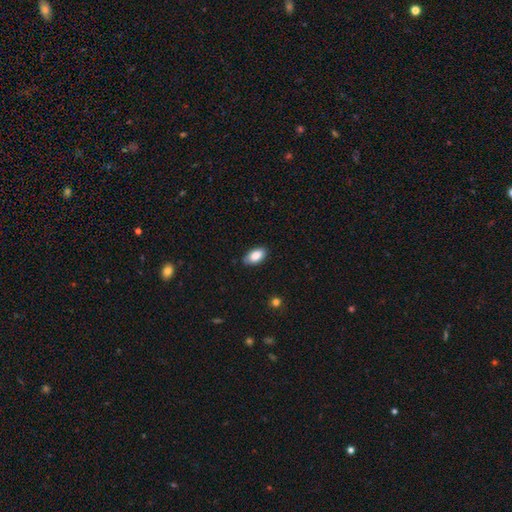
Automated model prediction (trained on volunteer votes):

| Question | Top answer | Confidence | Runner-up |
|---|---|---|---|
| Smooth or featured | smooth | 85% | featured or disk (8%) |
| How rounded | in between | 93% | cigar-shaped (4%) |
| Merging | none | 84% | minor disturbance (13%) |